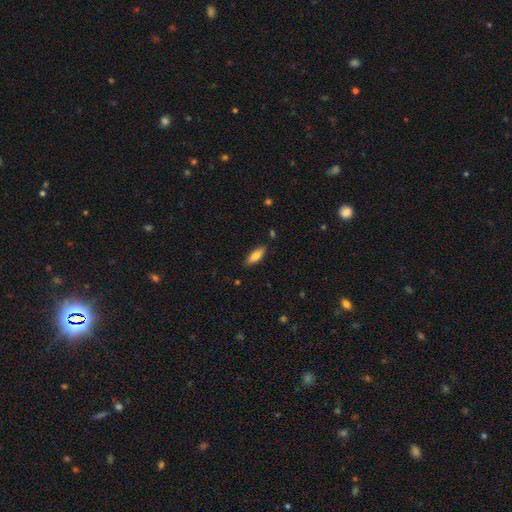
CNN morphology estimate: Smooth or featured? smooth (79%)
How rounded? in between (67%)
Merging? none (85%)